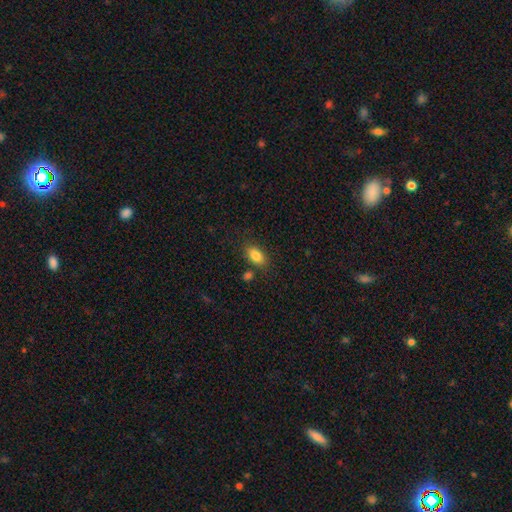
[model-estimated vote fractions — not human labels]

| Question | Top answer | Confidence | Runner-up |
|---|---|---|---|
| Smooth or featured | smooth | 85% | star or artifact (8%) |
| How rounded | in between | 89% | round (7%) |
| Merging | none | 78% | minor disturbance (12%) |